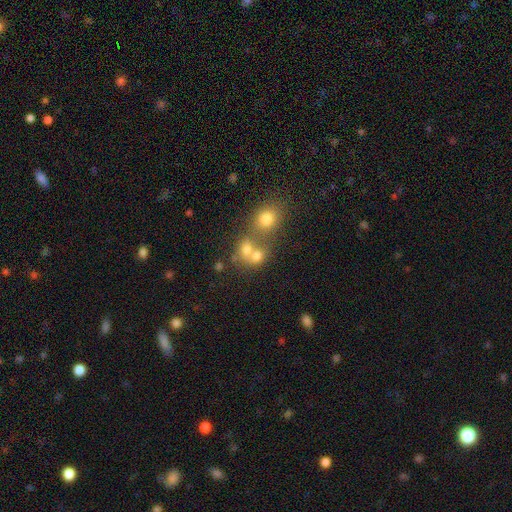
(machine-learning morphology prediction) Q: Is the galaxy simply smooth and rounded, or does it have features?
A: smooth — 68%.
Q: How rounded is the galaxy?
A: round — 66%.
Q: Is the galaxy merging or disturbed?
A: merger — 53%.